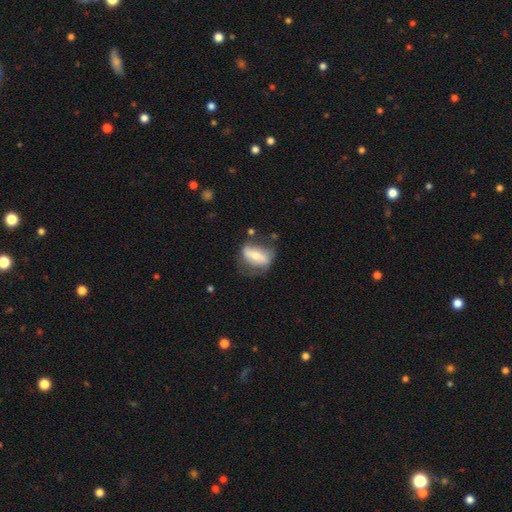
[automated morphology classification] Smooth or featured? Predicted: featured or disk (p=0.53). Edge-on disk? Predicted: no (p=0.84). Merging? Predicted: none (p=0.49).